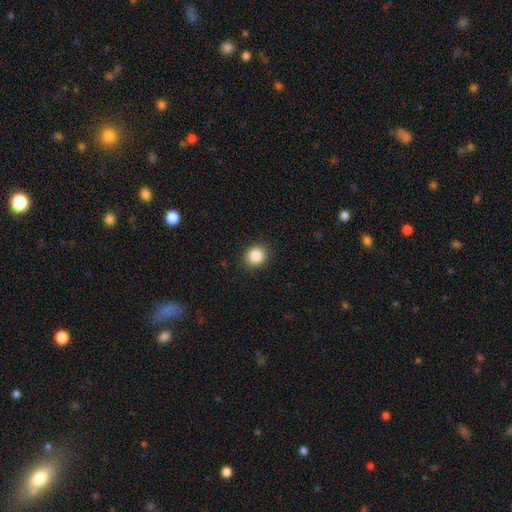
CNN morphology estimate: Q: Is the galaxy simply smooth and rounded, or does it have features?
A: smooth — 86%.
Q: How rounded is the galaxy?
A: round — 80%.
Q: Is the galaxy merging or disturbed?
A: none — 90%.